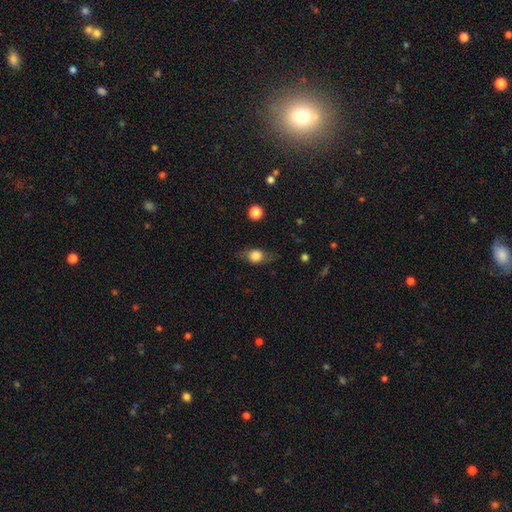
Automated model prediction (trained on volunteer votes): Smooth or featured?
  - smooth: 66% *
  - featured or disk: 26%
  - star or artifact: 9%
How rounded?
  - in between: 53% *
  - round: 41%
  - cigar-shaped: 6%
Merging?
  - none: 72% *
  - minor disturbance: 19%
  - major disturbance: 8%
  - merger: 1%